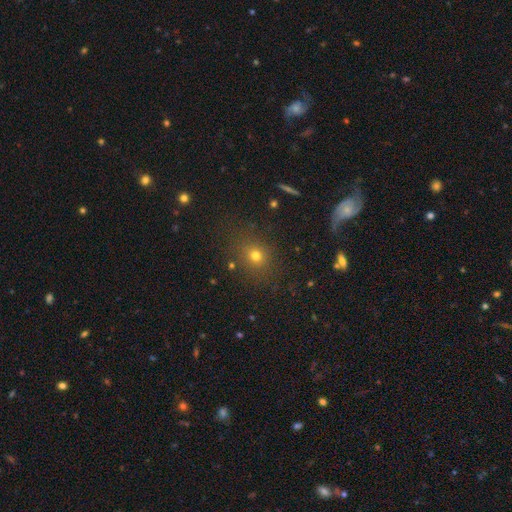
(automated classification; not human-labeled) Morphology: type=smooth (69%); roundness=round (74%); merging=none (84%).